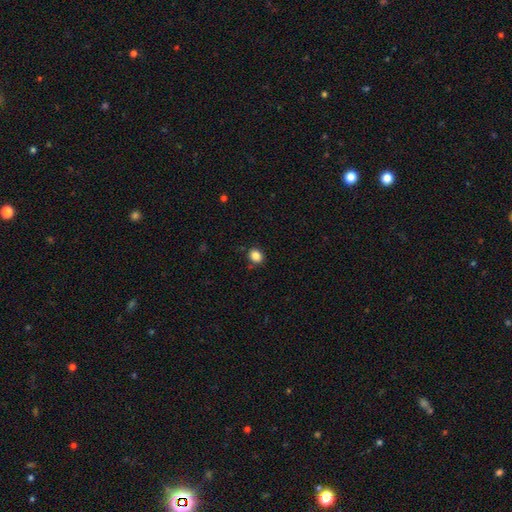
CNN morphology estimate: type=smooth (85%); roundness=round (66%); merging=none (86%).